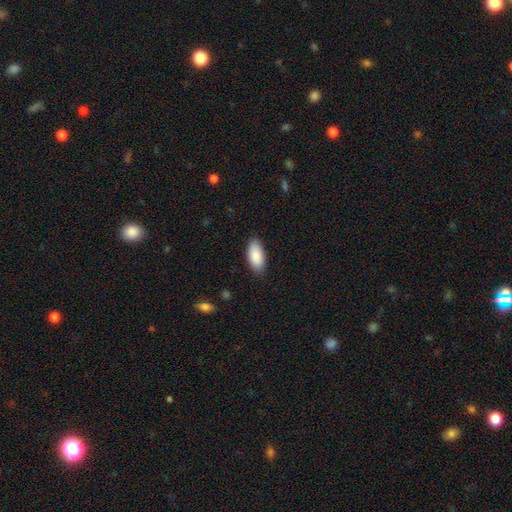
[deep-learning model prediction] Smooth or featured? smooth (89%)
How rounded? in between (90%)
Merging? none (85%)